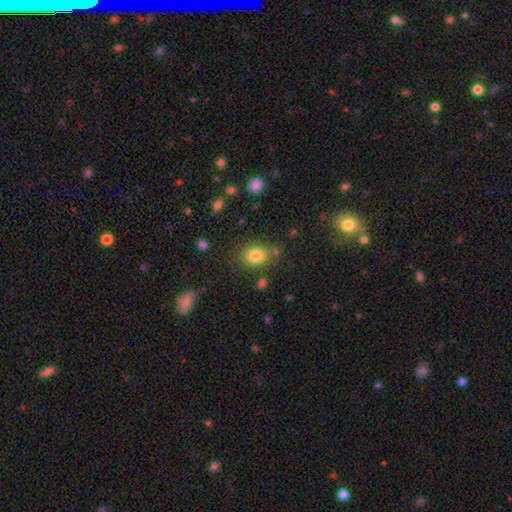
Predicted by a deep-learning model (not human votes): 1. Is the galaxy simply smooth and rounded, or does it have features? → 81% smooth, 12% star or artifact, 8% featured or disk.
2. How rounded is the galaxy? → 58% in between, 40% round, 1% cigar-shaped.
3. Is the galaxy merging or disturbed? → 75% none, 14% minor disturbance, 6% merger, 5% major disturbance.